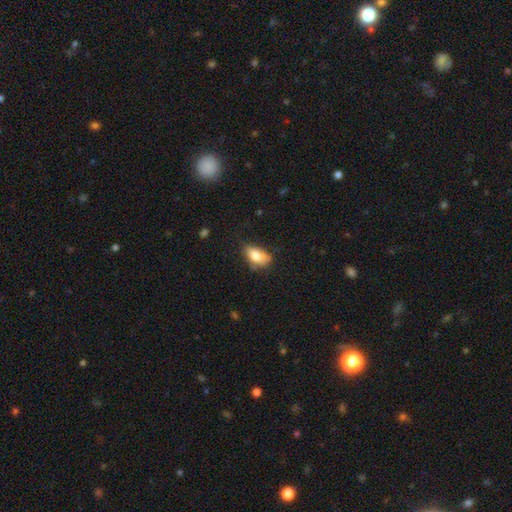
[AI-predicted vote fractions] Morphology: type=smooth (79%); roundness=in between (90%); merging=none (53%).